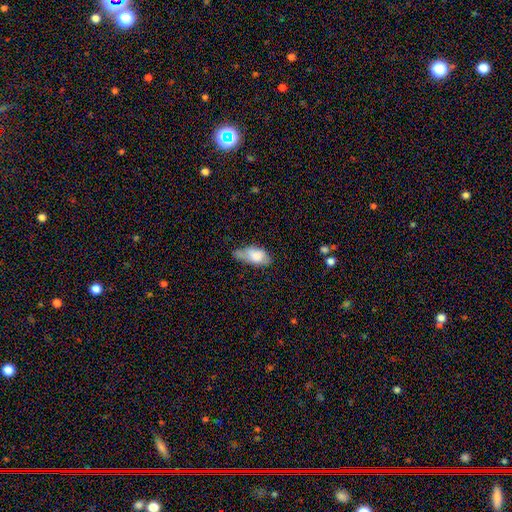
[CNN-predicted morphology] smooth 75%, featured or disk 18%, star or artifact 7%. Down the decision tree: how rounded — in between (89%); merging — minor disturbance (44%).